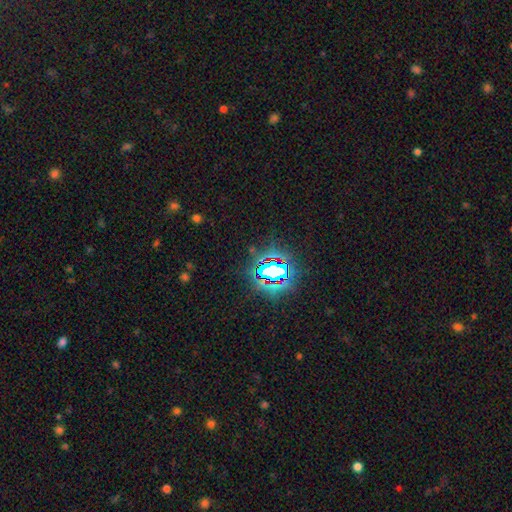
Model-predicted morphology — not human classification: Smooth or featured? star or artifact (83%)